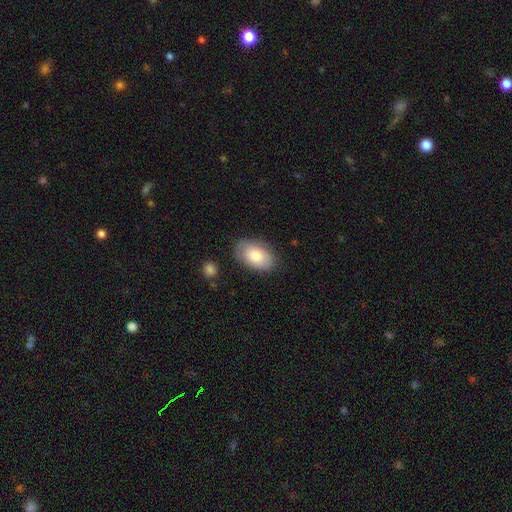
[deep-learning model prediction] This is clearly a smooth galaxy (81%). How rounded: clearly in between (91%). Merging: clearly none (81%).